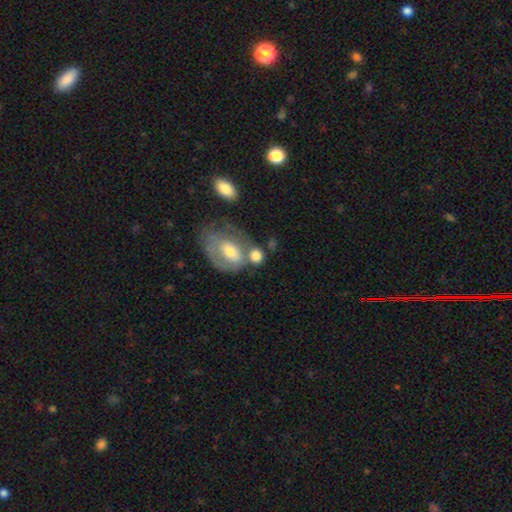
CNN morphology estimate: A smooth galaxy with no disk features (66%) that is round (53%).

Vote fractions:
- Smooth or featured? smooth: 66% / featured or disk: 27% / star or artifact: 8%
- How rounded? round: 53% / in between: 45% / cigar-shaped: 2%
- Merging? merger: 41% / none: 34% / minor disturbance: 15% / major disturbance: 10%